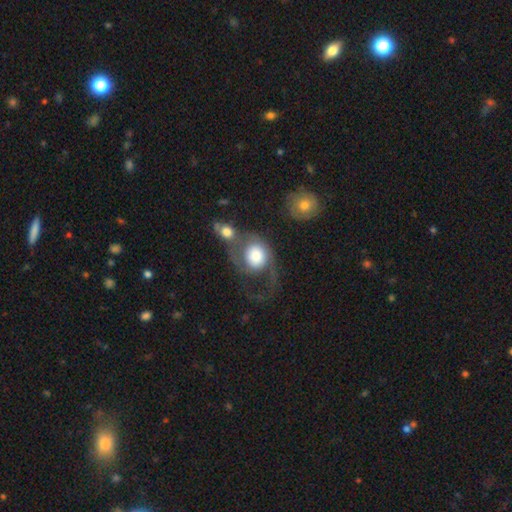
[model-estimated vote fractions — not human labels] Smooth or featured: smooth — 54% (featured or disk — 39%)
How rounded: round — 57% (in between — 41%)
Merging: merger — 39% (major disturbance — 31%)